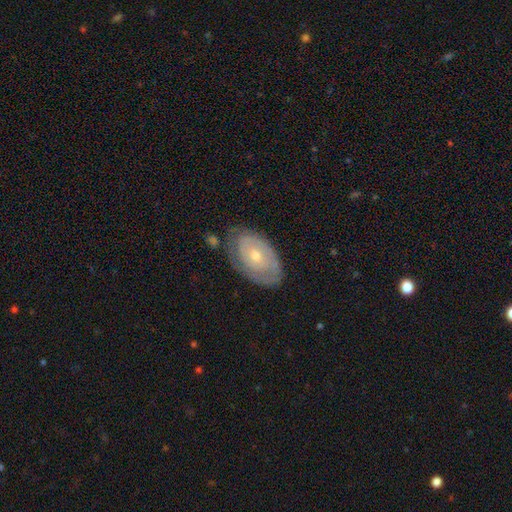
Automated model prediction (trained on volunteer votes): This is likely a featured or disk galaxy (67%). It is clearly not viewed edge-on (93%). Bar: clearly no (83%). Spiral arm pattern: likely yes (61%). Central bulge: possibly small (54%). Merging: likely none (69%).